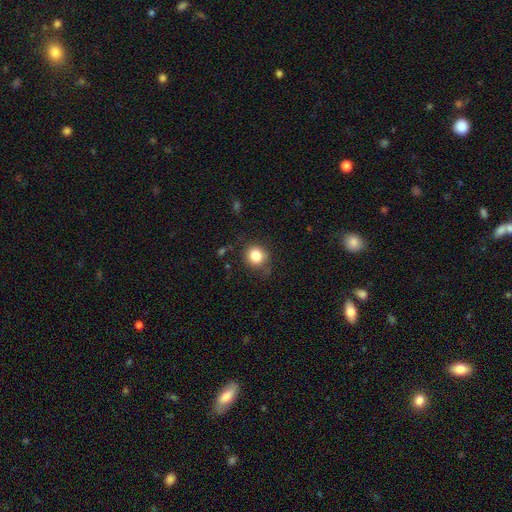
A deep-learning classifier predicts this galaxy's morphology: Overall: smooth (83%). How rounded: round (85%). Merging: none (75%).